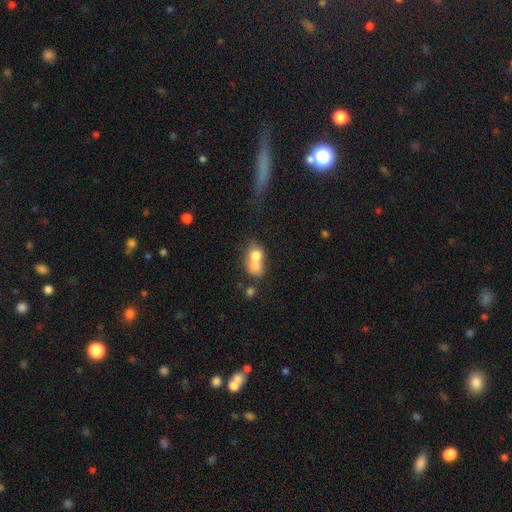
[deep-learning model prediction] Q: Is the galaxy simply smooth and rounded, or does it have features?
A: smooth — 69%.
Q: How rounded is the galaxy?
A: in between — 50%.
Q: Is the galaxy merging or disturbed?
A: merger — 72%.